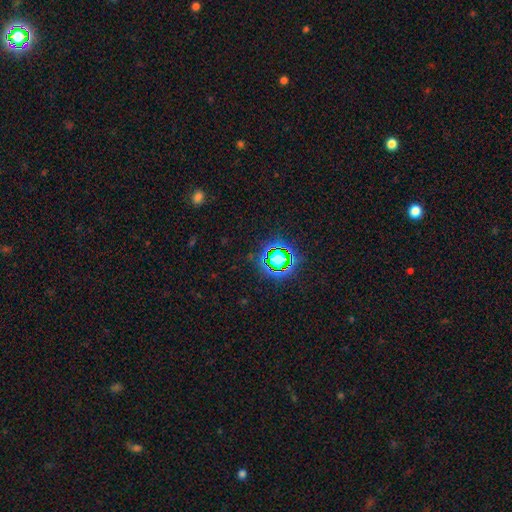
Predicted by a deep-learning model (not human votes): This is likely a star or artifact rather than a galaxy (70%).